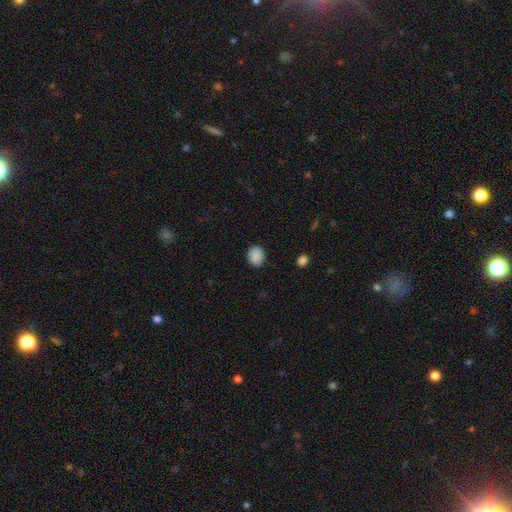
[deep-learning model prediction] A smooth galaxy with no disk features (89%) that is round (64%).

Vote fractions:
- Smooth or featured? smooth: 89% / star or artifact: 9% / featured or disk: 3%
- How rounded? round: 64% / in between: 35% / cigar-shaped: 1%
- Merging? none: 86% / minor disturbance: 10% / major disturbance: 3% / merger: 1%